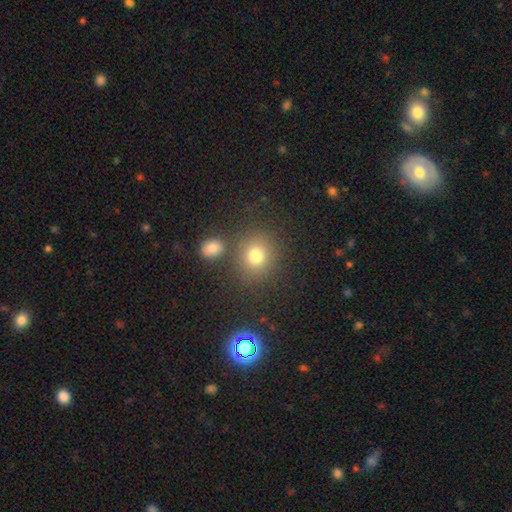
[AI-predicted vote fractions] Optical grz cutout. It shows a smooth galaxy with no disk features (76%) that is round (79%). Merging: none (76%).